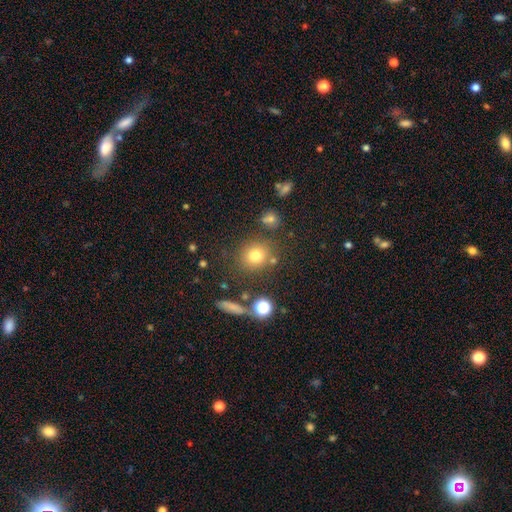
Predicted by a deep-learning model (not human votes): The model was most divided on "smooth or featured": smooth: 75%, star or artifact: 16%, featured or disk: 9%. More confident: how rounded — round (83%); merging — none (76%).